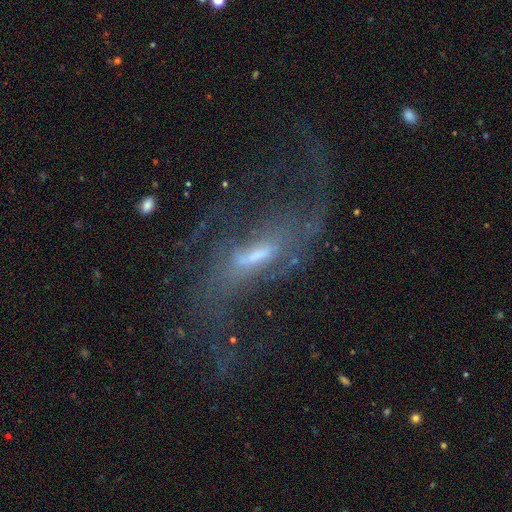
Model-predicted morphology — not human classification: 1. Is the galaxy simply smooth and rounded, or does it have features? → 73% featured or disk, 16% smooth, 11% star or artifact.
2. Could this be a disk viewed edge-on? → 81% no, 19% yes.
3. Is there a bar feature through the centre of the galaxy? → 44% strong, 38% weak, 18% no.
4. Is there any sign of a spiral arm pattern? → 76% yes, 24% no.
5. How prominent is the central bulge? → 44% moderate, 36% small, 9% none, 8% large, 2% dominant.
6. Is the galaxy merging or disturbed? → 45% none, 33% major disturbance, 17% minor disturbance, 5% merger.